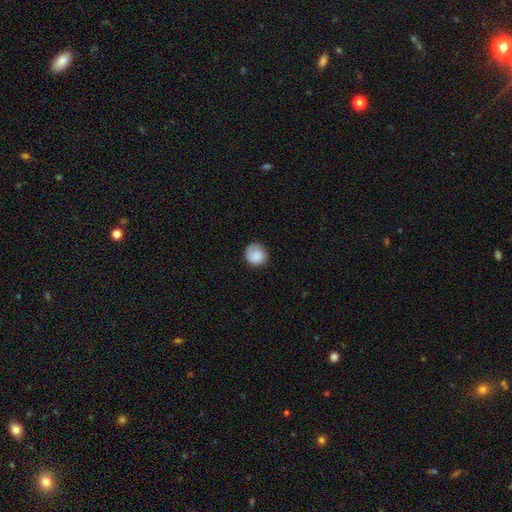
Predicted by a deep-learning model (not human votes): Smooth or featured: smooth — 84% (featured or disk — 9%)
How rounded: round — 87% (in between — 12%)
Merging: none — 77% (minor disturbance — 17%)